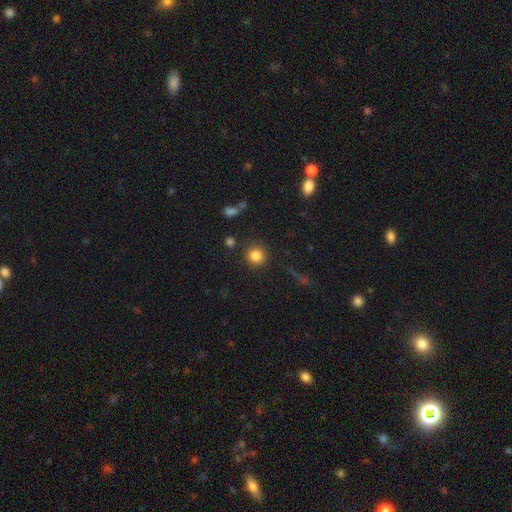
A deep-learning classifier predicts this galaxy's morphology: The model was most divided on "smooth or featured": smooth: 84%, star or artifact: 11%, featured or disk: 5%. More confident: how rounded — round (93%); merging — none (88%).